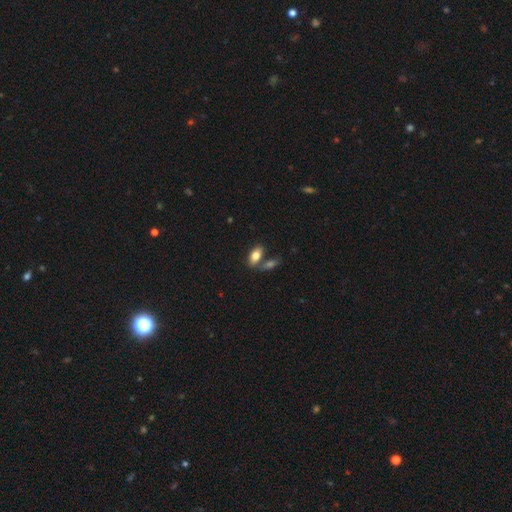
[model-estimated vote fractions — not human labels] smooth-or-featured: smooth: 79% | featured or disk: 14% | star or artifact: 7%
  how-rounded: in between: 90% | cigar-shaped: 6% | round: 4%
  merging: none: 55% | merger: 30% | minor disturbance: 11% | major disturbance: 4%